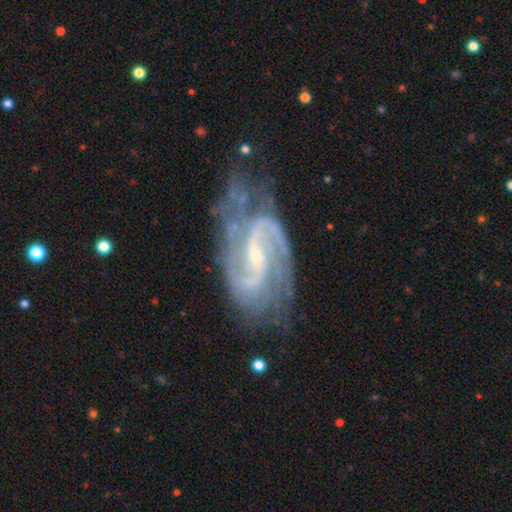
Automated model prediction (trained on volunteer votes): Smooth or featured?
  - featured or disk: 92% *
  - star or artifact: 5%
  - smooth: 3%
Edge-on disk?
  - no: 97% *
  - yes: 3%
Bar?
  - weak: 49% *
  - strong: 28%
  - no: 23%
Spiral arms?
  - yes: 98% *
  - no: 2%
Spiral winding?
  - medium: 55% *
  - tight: 23%
  - loose: 22%
Spiral arm count?
  - 2: 85% *
  - 3: 4%
  - can't tell: 4%
  - 4: 2%
  - 1: 2%
  - more than 4: 2%
Bulge size?
  - small: 75% *
  - moderate: 18%
  - none: 4%
  - large: 1%
  - dominant: 1%
Merging?
  - none: 62% *
  - minor disturbance: 24%
  - major disturbance: 11%
  - merger: 3%